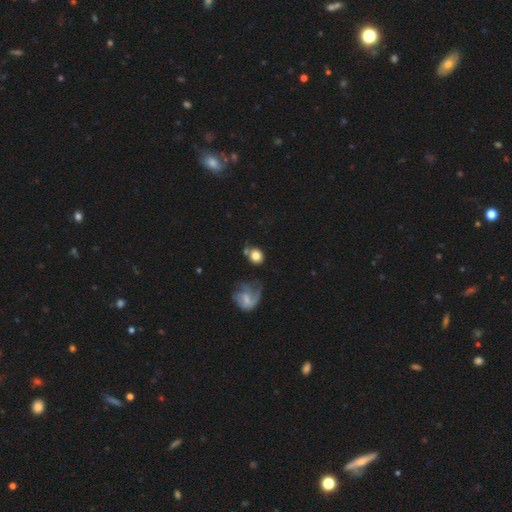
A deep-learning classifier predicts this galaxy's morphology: Q: Smooth or featured?
A: smooth (77%); runner-up: featured or disk (14%)
Q: How rounded?
A: round (79%); runner-up: in between (20%)
Q: Merging?
A: none (57%); runner-up: minor disturbance (19%)